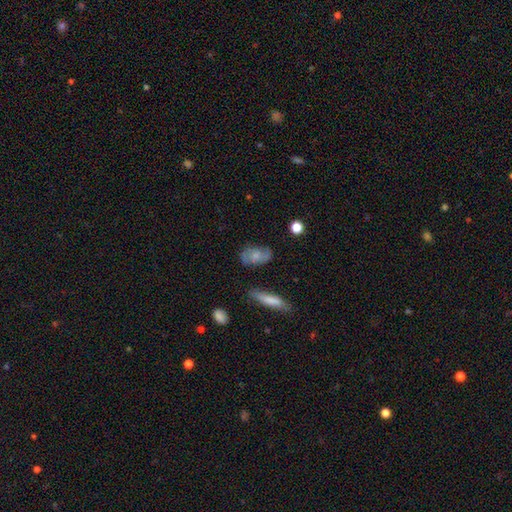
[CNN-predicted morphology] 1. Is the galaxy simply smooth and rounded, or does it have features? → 58% smooth, 34% featured or disk, 8% star or artifact.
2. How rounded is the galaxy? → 85% in between, 8% round, 6% cigar-shaped.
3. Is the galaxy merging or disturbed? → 68% none, 21% minor disturbance, 7% major disturbance, 4% merger.